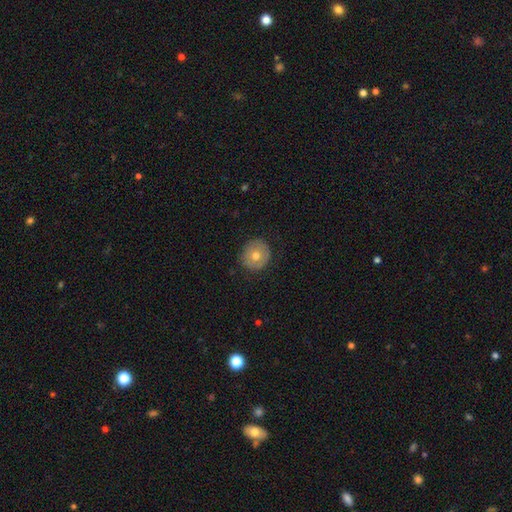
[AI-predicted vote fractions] Smooth or featured? smooth (67%)
How rounded? round (90%)
Merging? none (86%)